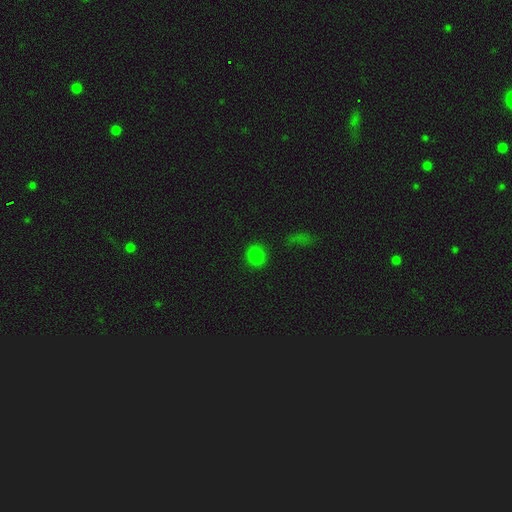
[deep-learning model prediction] The model was most divided on "how rounded": round: 81%, in between: 18%, cigar-shaped: 1%. More confident: merging — none (87%); smooth or featured — smooth (82%).